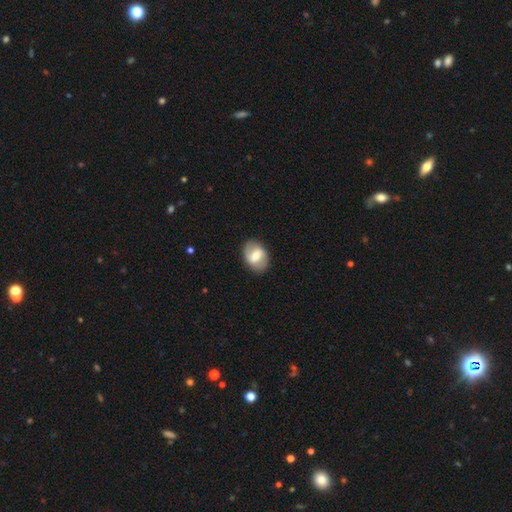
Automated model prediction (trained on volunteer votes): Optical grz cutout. It shows a featured or disk galaxy (49%). Merging: none (84%).